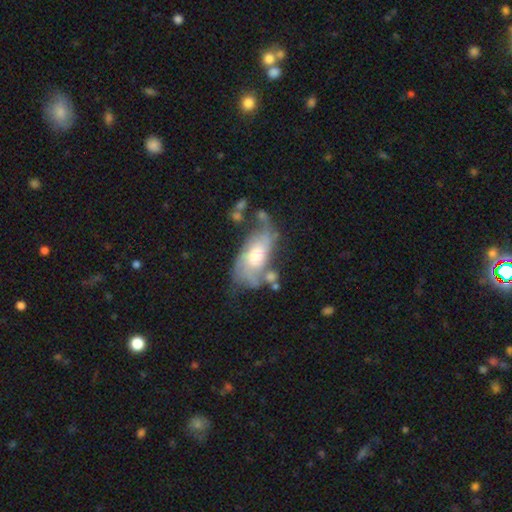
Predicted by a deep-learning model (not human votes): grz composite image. It shows a featured or disk galaxy (66%) with no bar (69%), spiral arms (78%) and a moderate central bulge (66%). Merging: none (42%).